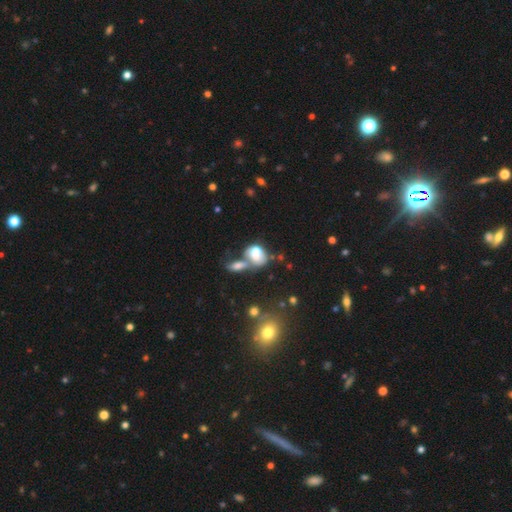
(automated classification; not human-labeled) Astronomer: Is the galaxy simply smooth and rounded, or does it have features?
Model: smooth — 62%.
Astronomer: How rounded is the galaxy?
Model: in between — 68%.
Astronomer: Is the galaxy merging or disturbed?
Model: merger — 56%.